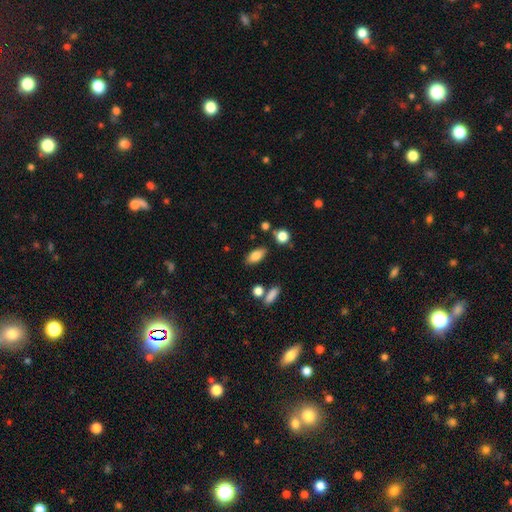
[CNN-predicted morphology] smooth-or-featured: smooth: 81% | featured or disk: 11% | star or artifact: 8%
  how-rounded: in between: 85% | cigar-shaped: 10% | round: 5%
  merging: none: 81% | minor disturbance: 11% | merger: 5% | major disturbance: 3%